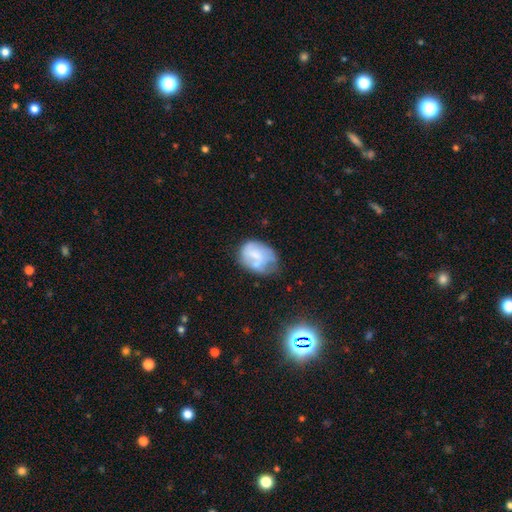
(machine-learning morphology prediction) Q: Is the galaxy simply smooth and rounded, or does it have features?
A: smooth — 53%.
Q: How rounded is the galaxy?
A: in between — 68%.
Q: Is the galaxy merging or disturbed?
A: none — 37%.